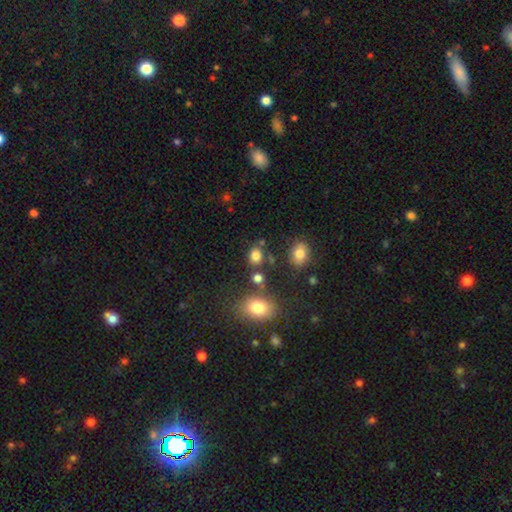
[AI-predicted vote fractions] Morphology: type=smooth (80%); roundness=round (53%); merging=none (73%).